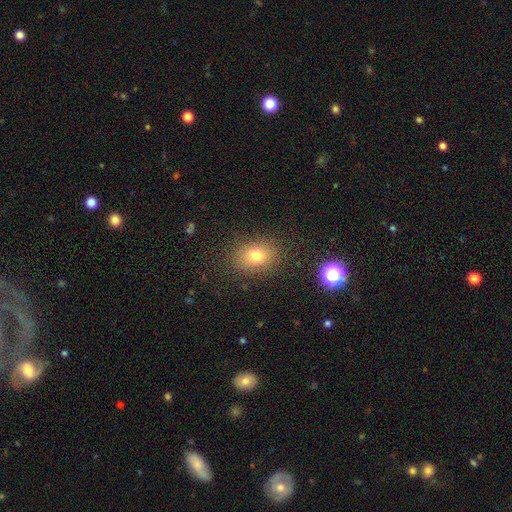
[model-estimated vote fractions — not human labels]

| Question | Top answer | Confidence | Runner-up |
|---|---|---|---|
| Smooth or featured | smooth | 76% | star or artifact (14%) |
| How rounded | in between | 58% | round (40%) |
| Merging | none | 85% | minor disturbance (10%) |